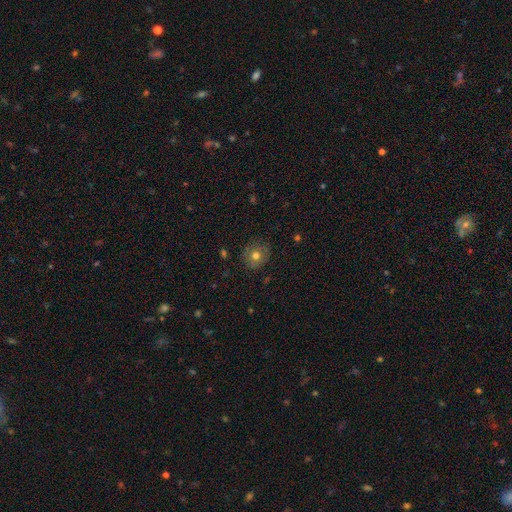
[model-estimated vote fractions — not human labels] Morphology: type=smooth (70%); roundness=round (86%); merging=none (84%).